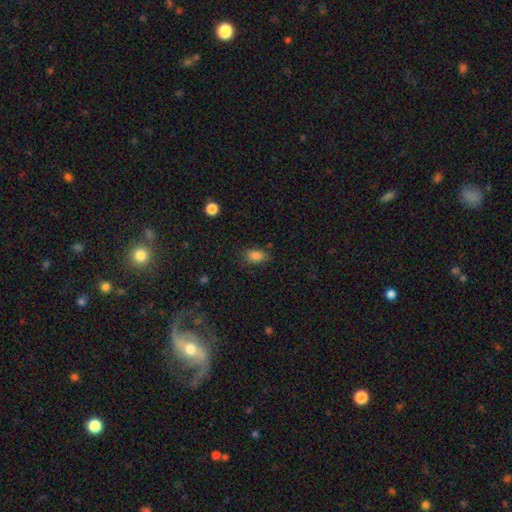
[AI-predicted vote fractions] smooth 84%, star or artifact 10%, featured or disk 6%. Down the decision tree: how rounded — in between (86%); merging — none (75%).